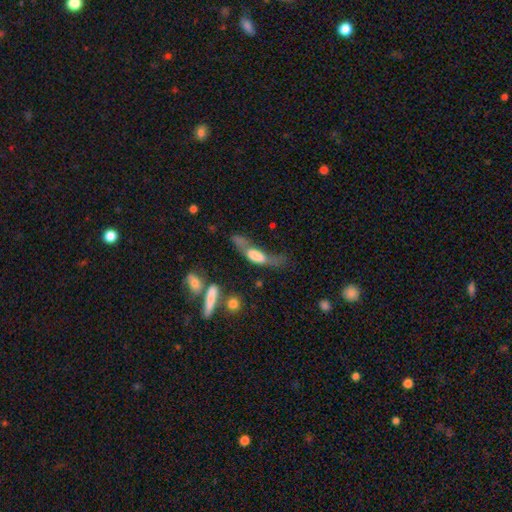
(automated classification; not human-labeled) Morphology: type=smooth (55%); roundness=in between (53%); merging=major disturbance (41%).